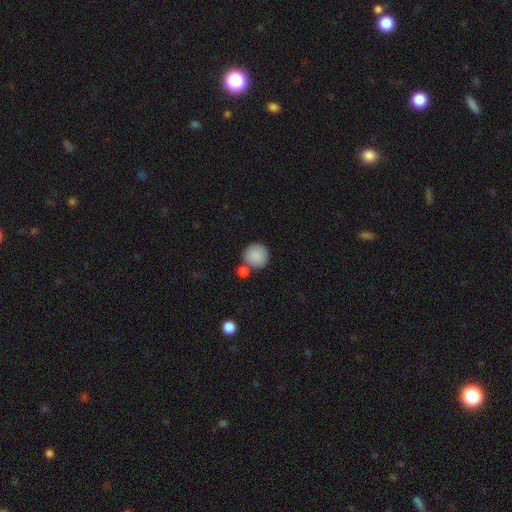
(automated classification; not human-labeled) smooth-or-featured: smooth: 88% | star or artifact: 8% | featured or disk: 5%
  how-rounded: round: 93% | in between: 6% | cigar-shaped: 1%
  merging: none: 71% | merger: 16% | minor disturbance: 10% | major disturbance: 3%